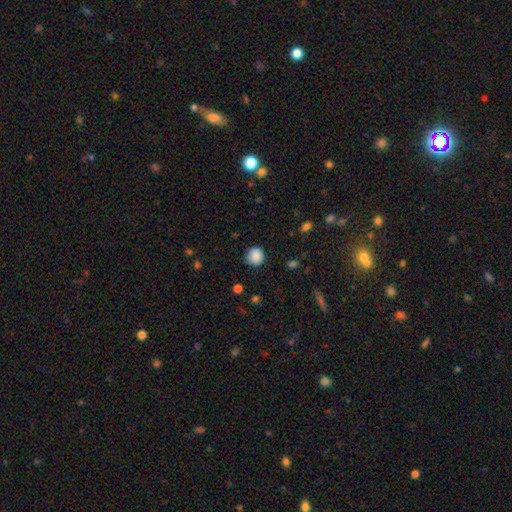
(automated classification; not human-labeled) This is clearly a smooth galaxy (88%). How rounded: clearly round (90%). Merging: clearly none (85%).